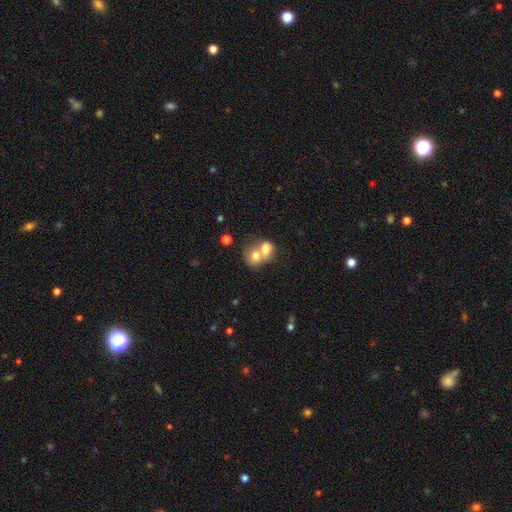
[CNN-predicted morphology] Smooth or featured? smooth (70%)
How rounded? round (56%)
Merging? merger (75%)